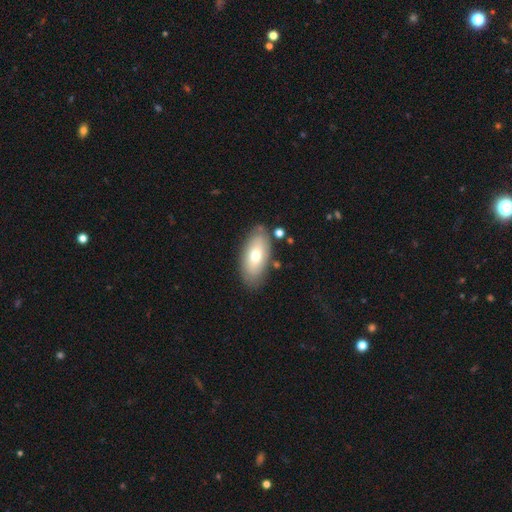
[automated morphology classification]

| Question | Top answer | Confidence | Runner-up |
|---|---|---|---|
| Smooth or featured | smooth | 67% | featured or disk (27%) |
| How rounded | in between | 90% | cigar-shaped (7%) |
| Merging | none | 81% | minor disturbance (13%) |